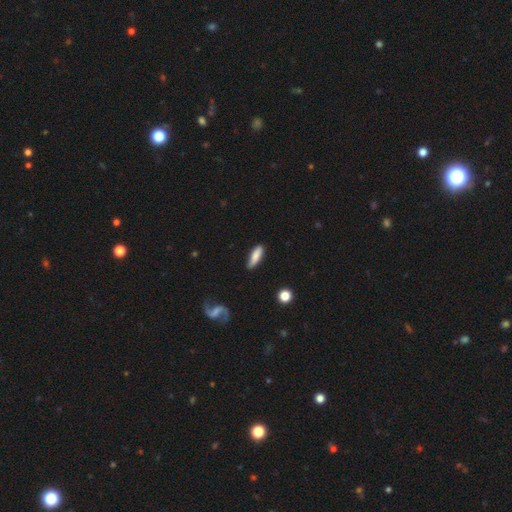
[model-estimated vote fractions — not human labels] A smooth galaxy with no disk features (77%) that is cigar-shaped (57%). Merging: none (76%).